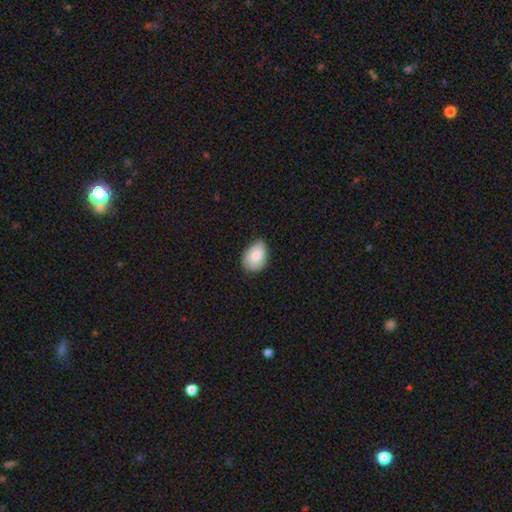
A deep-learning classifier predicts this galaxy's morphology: Q: Smooth or featured?
A: smooth (83%); runner-up: featured or disk (11%)
Q: How rounded?
A: in between (76%); runner-up: round (23%)
Q: Merging?
A: none (62%); runner-up: minor disturbance (32%)